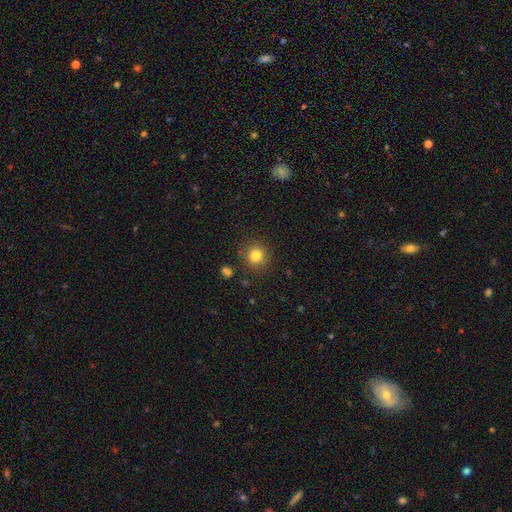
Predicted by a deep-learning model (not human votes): The model was most divided on "smooth or featured": smooth: 81%, star or artifact: 12%, featured or disk: 7%. More confident: how rounded — round (91%); merging — none (88%).